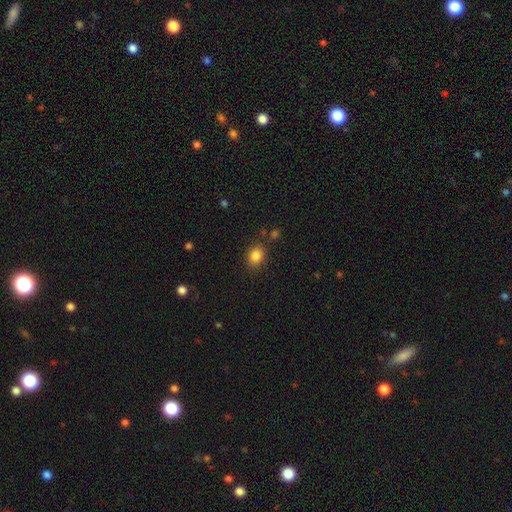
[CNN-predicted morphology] The model was most divided on "how rounded": in between: 56%, round: 43%, cigar-shaped: 1%. More confident: smooth or featured — smooth (85%); merging — none (81%).